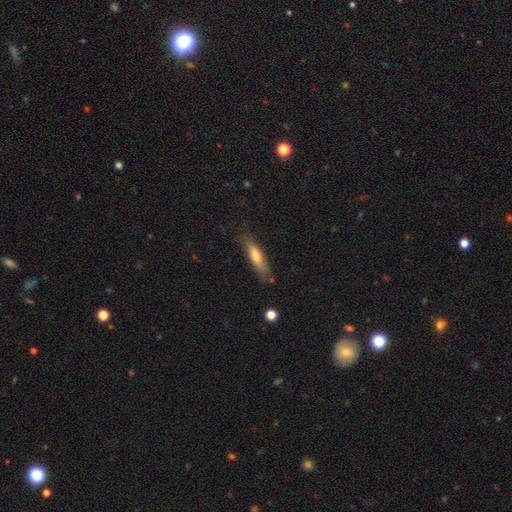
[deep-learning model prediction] Smooth or featured?
  - smooth: 63% *
  - featured or disk: 31%
  - star or artifact: 7%
How rounded?
  - cigar-shaped: 74% *
  - in between: 24%
  - round: 2%
Merging?
  - none: 77% *
  - minor disturbance: 17%
  - major disturbance: 4%
  - merger: 3%